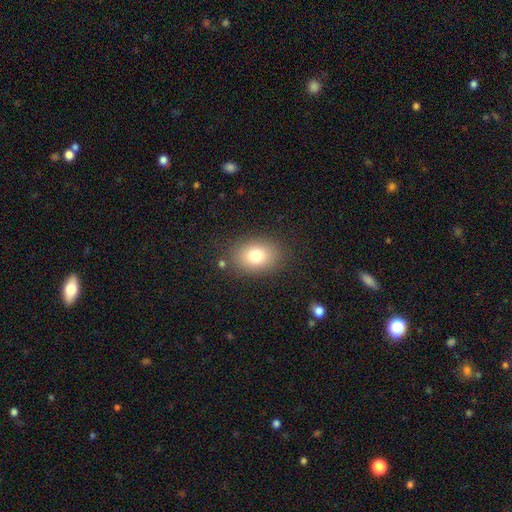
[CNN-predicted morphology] A smooth galaxy with no disk features (78%) that is in between round and cigar-shaped (69%). Merging: none (83%).